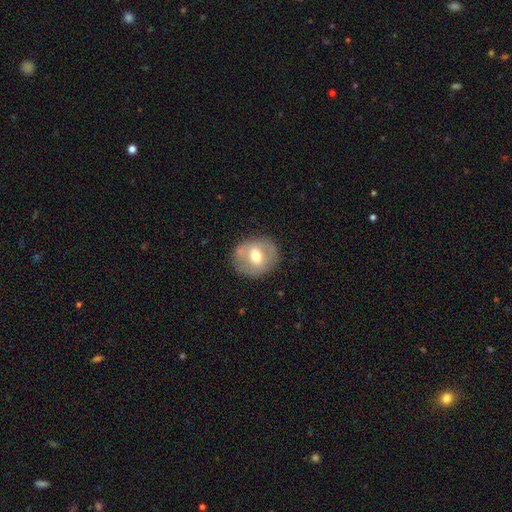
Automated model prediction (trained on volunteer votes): Smooth or featured: featured or disk — 49% (smooth — 44%)
Merging: none — 81% (minor disturbance — 13%)